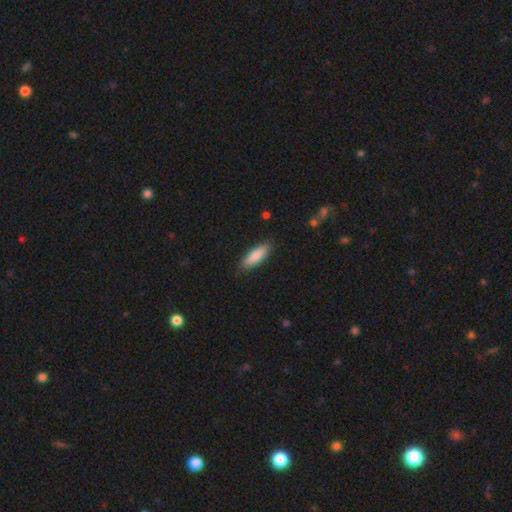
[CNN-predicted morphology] This is clearly a smooth galaxy (85%). How rounded: possibly in between (50%). Merging: clearly none (87%).